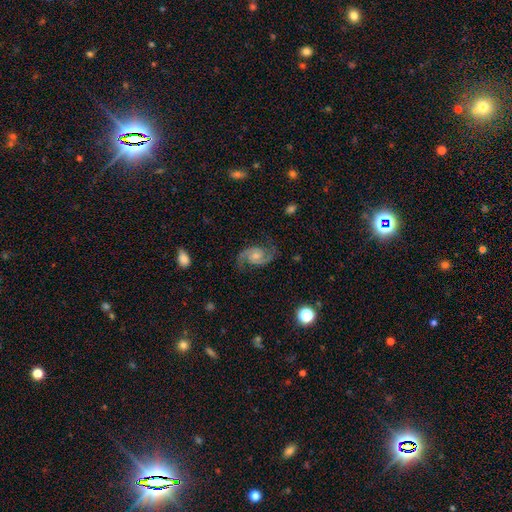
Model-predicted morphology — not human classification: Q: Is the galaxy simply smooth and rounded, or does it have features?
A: featured or disk — 90%.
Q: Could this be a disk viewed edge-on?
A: no — 98%.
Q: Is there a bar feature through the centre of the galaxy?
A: no — 61%.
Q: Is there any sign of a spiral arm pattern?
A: yes — 98%.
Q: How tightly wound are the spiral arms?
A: medium — 56%.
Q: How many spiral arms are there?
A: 2 — 94%.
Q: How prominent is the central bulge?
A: moderate — 44%.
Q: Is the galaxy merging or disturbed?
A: none — 79%.